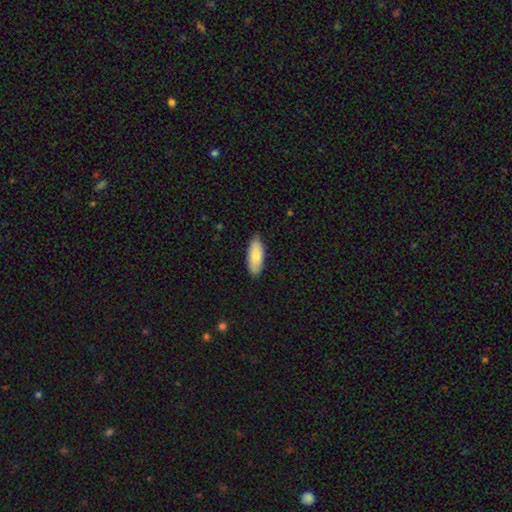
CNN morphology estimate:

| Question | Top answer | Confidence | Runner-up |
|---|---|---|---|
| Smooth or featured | smooth | 79% | featured or disk (15%) |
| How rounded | in between | 78% | cigar-shaped (20%) |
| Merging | none | 86% | minor disturbance (11%) |